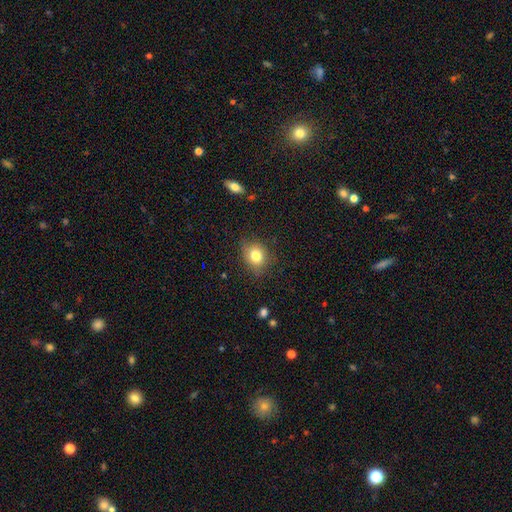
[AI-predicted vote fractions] smooth_or_featured: smooth (p=0.80) [alt: star or artifact p=0.11]
how_rounded: round (p=0.56) [alt: in between p=0.43]
merging: none (p=0.77) [alt: minor disturbance p=0.17]